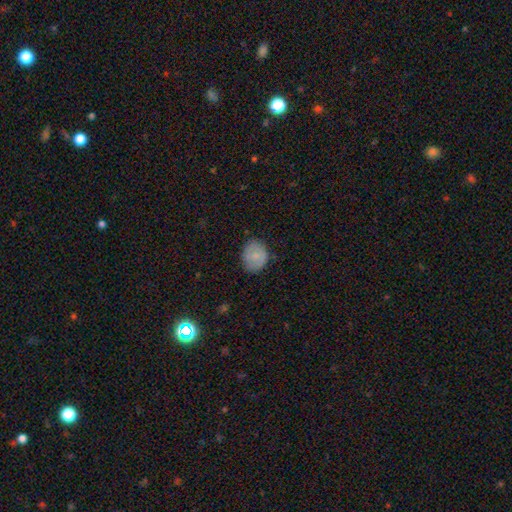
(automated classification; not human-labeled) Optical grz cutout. It shows a smooth galaxy with no disk features (75%) that is round (55%). Merging: none (77%).